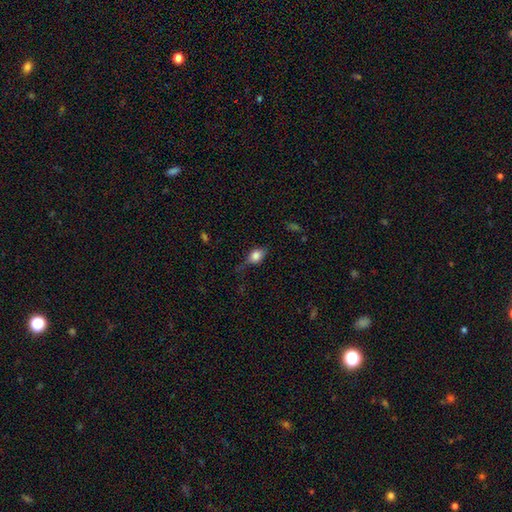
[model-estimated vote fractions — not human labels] This appears to be a smooth galaxy with no disk features (72%) that is in between round and cigar-shaped (69%). Merging: none (48%).